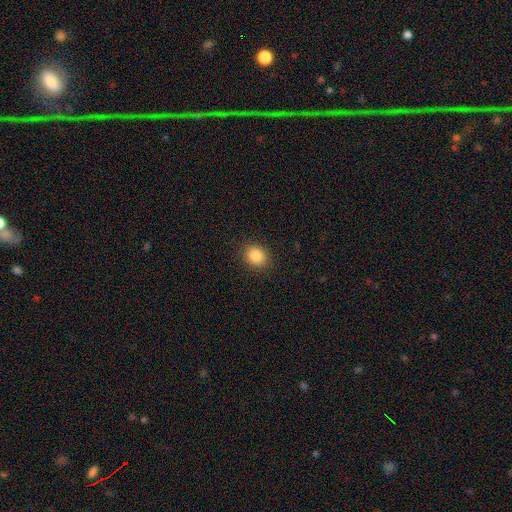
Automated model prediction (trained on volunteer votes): smooth 86%, star or artifact 10%, featured or disk 5%. Down the decision tree: how rounded — round (65%); merging — none (89%).